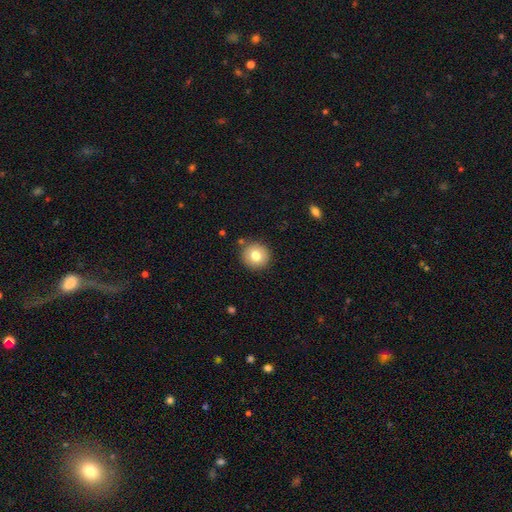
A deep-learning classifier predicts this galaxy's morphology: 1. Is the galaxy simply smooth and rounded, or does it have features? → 78% smooth, 13% featured or disk, 10% star or artifact.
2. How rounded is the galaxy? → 94% round, 5% in between, 1% cigar-shaped.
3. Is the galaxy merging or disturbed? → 88% none, 7% minor disturbance, 3% merger, 2% major disturbance.